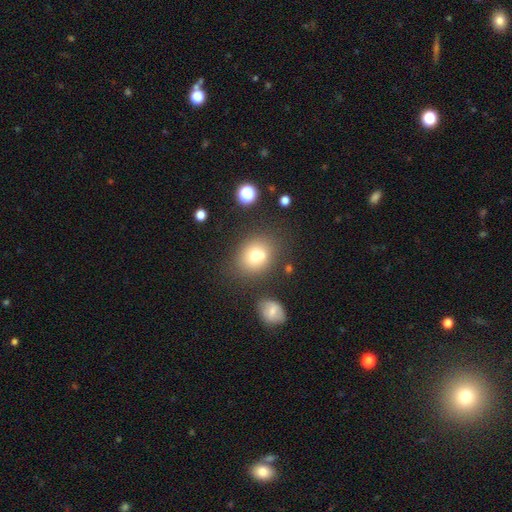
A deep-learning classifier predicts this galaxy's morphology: type=smooth (71%); roundness=round (69%); merging=none (62%).